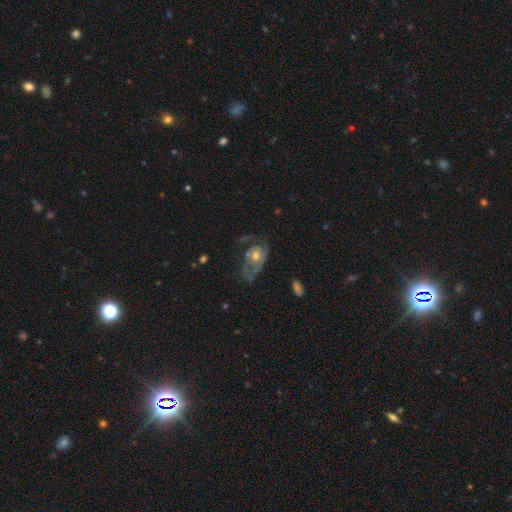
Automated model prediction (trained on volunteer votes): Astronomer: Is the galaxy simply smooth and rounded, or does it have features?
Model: featured or disk — 65%.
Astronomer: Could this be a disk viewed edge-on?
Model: no — 95%.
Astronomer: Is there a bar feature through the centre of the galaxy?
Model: no — 82%.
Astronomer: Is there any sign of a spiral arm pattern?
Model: yes — 61% (runner-up: no, 39%).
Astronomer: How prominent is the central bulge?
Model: moderate — 60%.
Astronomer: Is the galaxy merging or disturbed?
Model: major disturbance — 40% (runner-up: none, 32%).